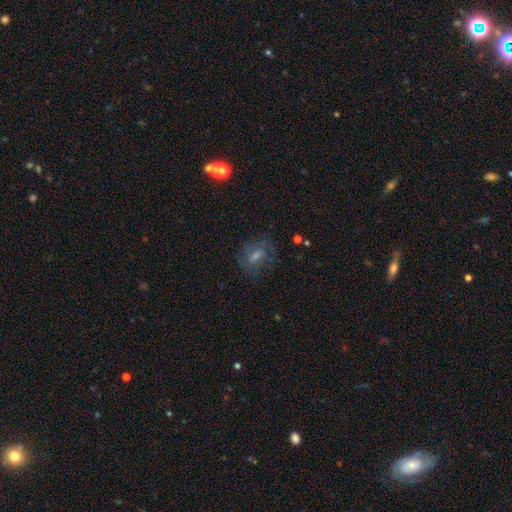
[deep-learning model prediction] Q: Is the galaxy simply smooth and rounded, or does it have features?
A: smooth — 40%.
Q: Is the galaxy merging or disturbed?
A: none — 73%.